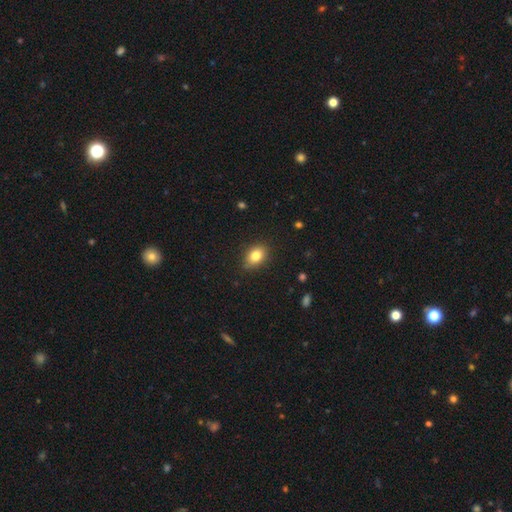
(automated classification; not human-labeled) Smooth or featured? smooth (83%)
How rounded? in between (74%)
Merging? none (84%)